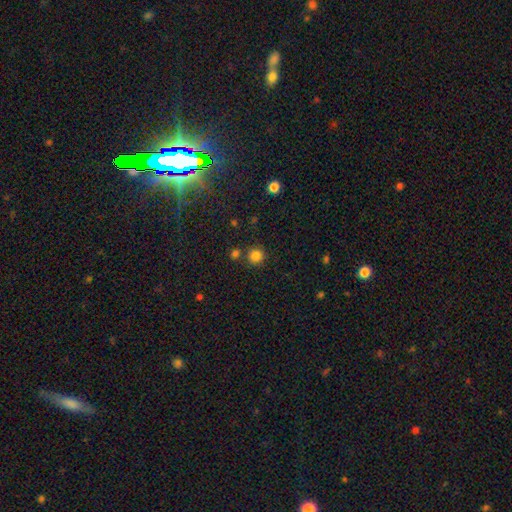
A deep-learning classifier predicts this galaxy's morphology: smooth 82%, star or artifact 13%, featured or disk 5%. Down the decision tree: how rounded — round (93%); merging — none (80%).